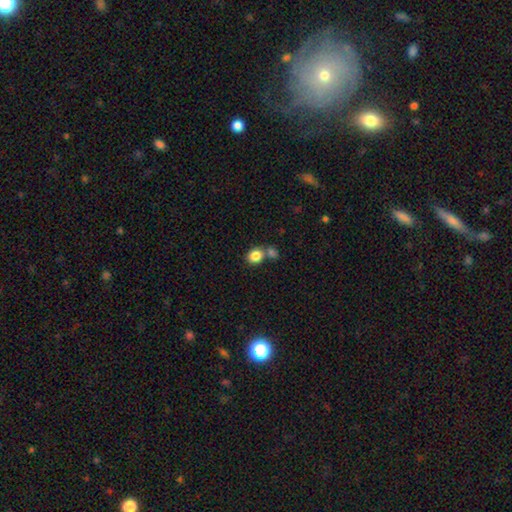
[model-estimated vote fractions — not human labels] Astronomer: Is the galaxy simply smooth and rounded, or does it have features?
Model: smooth — 85%.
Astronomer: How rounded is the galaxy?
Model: round — 71%.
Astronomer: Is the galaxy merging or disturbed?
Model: none — 55% (runner-up: merger, 33%).